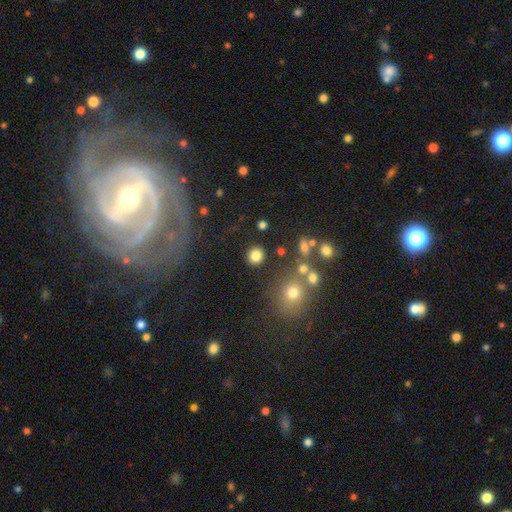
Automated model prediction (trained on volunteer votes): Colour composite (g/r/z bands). It shows a smooth galaxy with no disk features (81%) that is round (90%). Merging: none (86%).